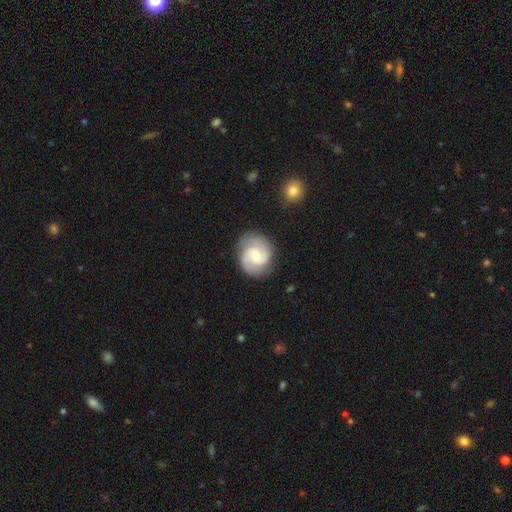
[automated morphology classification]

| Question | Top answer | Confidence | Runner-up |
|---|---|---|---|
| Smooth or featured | featured or disk | 86% | smooth (9%) |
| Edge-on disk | no | 98% | yes (2%) |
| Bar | weak | 53% | no (36%) |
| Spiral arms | yes | 98% | no (2%) |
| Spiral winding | medium | 56% | tight (28%) |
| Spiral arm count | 2 | 92% | can't tell (3%) |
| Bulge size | small | 50% | moderate (39%) |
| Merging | none | 83% | minor disturbance (12%) |